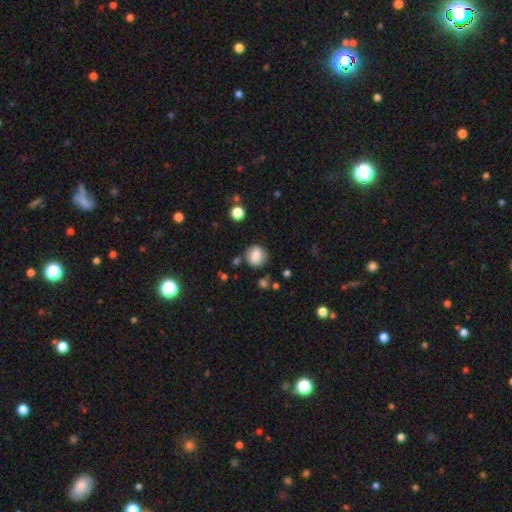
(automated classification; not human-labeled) This appears to be a smooth galaxy with no disk features (76%) that is round (83%). Merging: none (79%).